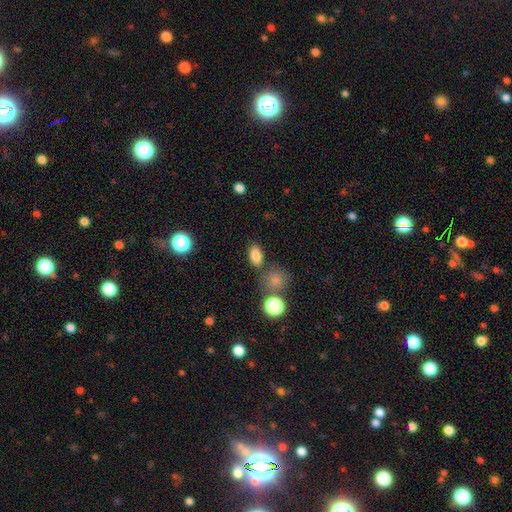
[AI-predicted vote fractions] This appears to be a smooth galaxy with no disk features (82%) that is in between round and cigar-shaped (85%). Merging: none (74%).